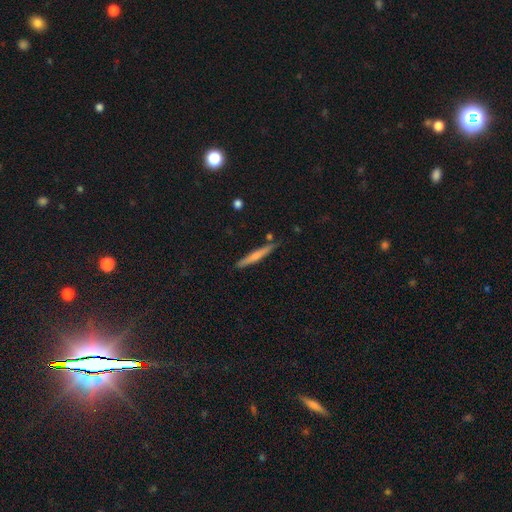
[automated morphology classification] A smooth galaxy with no disk features (56%) that is cigar-shaped (94%).

Vote fractions:
- Smooth or featured? smooth: 56% / featured or disk: 38% / star or artifact: 6%
- How rounded? cigar-shaped: 94% / in between: 4% / round: 2%
- Merging? none: 83% / minor disturbance: 11% / merger: 3% / major disturbance: 2%